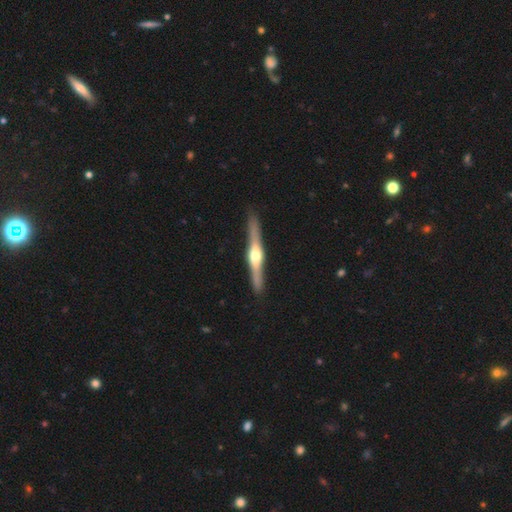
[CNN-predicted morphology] This appears to be a featured or disk galaxy (76%) viewed edge-on (98%) with a rounded central bulge (92%). Merging: none (90%).